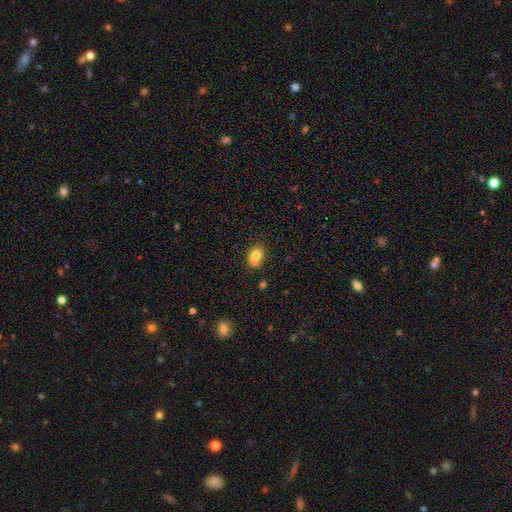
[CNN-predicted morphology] Smooth or featured?
  - smooth: 74% *
  - featured or disk: 14%
  - star or artifact: 11%
How rounded?
  - round: 51% *
  - in between: 48%
  - cigar-shaped: 1%
Merging?
  - none: 55% *
  - merger: 24%
  - minor disturbance: 16%
  - major disturbance: 4%